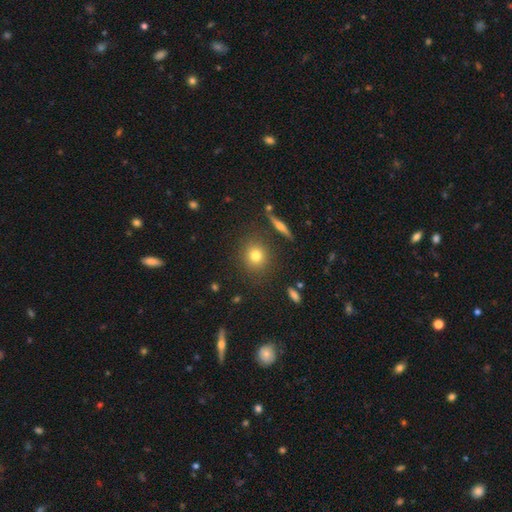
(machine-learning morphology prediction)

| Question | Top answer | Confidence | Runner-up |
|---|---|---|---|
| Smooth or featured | smooth | 75% | star or artifact (13%) |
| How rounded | round | 82% | in between (16%) |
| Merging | none | 84% | minor disturbance (9%) |